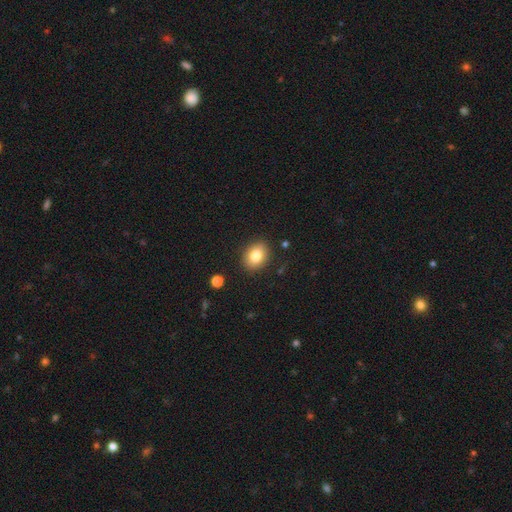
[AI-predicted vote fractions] smooth-or-featured: smooth: 82% | star or artifact: 9% | featured or disk: 9%
  how-rounded: in between: 60% | round: 39% | cigar-shaped: 1%
  merging: none: 88% | minor disturbance: 8% | major disturbance: 2% | merger: 1%